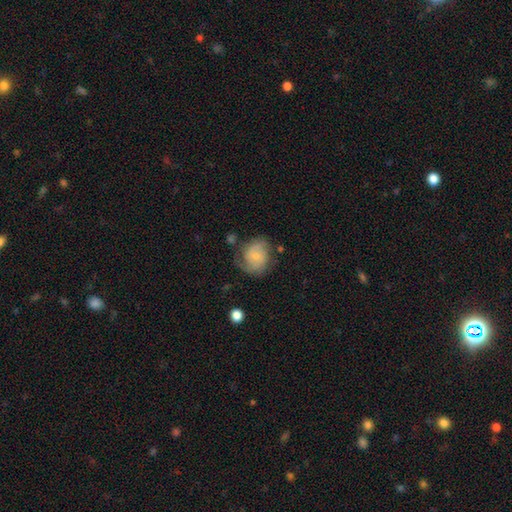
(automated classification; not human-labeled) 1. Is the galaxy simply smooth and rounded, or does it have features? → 53% featured or disk, 40% smooth, 7% star or artifact.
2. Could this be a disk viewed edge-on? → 98% no, 2% yes.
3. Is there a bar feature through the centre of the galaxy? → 58% no, 36% weak, 6% strong.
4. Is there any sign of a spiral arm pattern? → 89% yes, 11% no.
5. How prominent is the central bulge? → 54% small, 21% moderate, 21% none, 3% large, 1% dominant.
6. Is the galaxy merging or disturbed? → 59% none, 25% minor disturbance, 13% major disturbance, 3% merger.